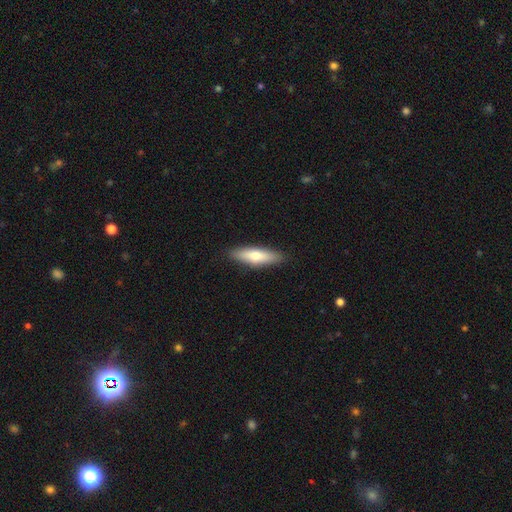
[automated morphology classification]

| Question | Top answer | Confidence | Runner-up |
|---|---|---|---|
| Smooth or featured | smooth | 69% | featured or disk (26%) |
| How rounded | cigar-shaped | 63% | in between (35%) |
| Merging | none | 89% | minor disturbance (8%) |